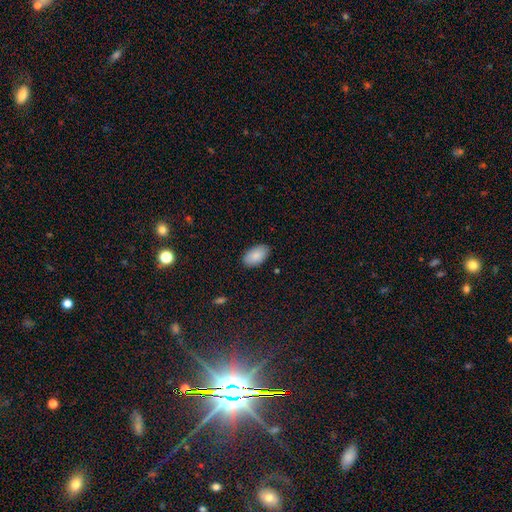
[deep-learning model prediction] smooth-or-featured: smooth: 88% | star or artifact: 6% | featured or disk: 6%
  how-rounded: in between: 95% | round: 3% | cigar-shaped: 1%
  merging: none: 86% | minor disturbance: 10% | major disturbance: 2% | merger: 1%